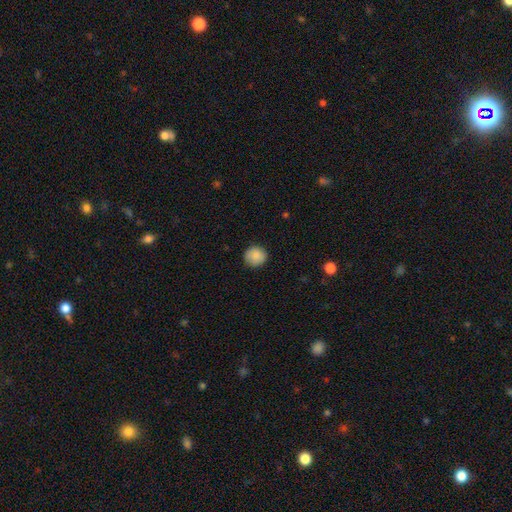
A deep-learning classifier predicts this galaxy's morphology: Smooth or featured? smooth (87%)
How rounded? round (91%)
Merging? none (87%)